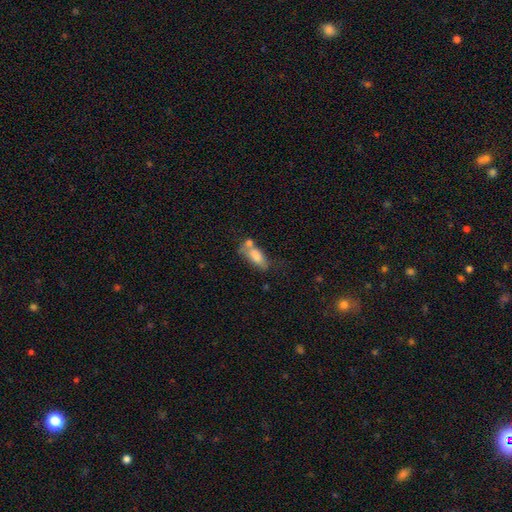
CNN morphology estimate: This appears to be a smooth galaxy with no disk features (73%) that is in between round and cigar-shaped (82%). Merging: merger (38%).